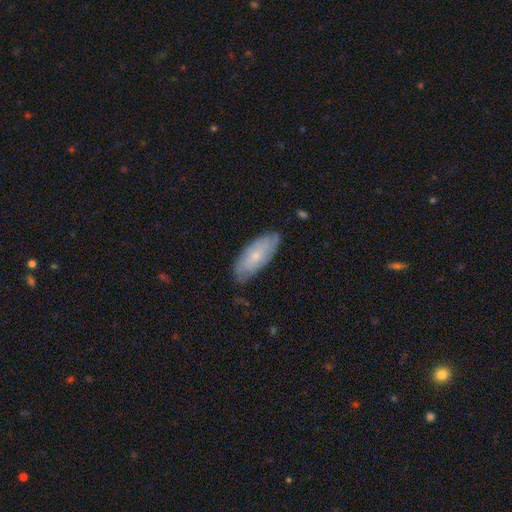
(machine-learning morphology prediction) Smooth or featured? smooth (56%)
How rounded? in between (81%)
Merging? none (71%)